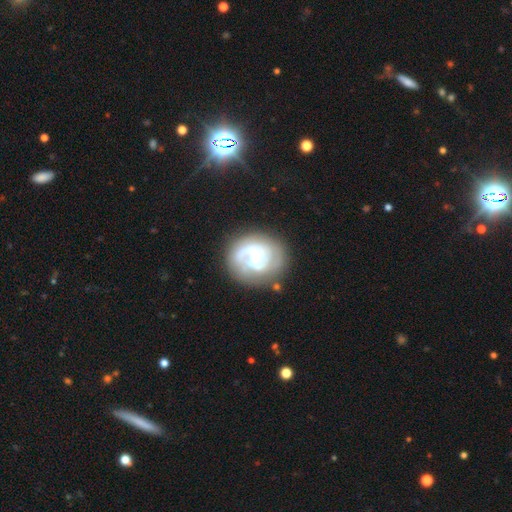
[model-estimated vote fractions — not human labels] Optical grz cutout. It shows a featured or disk galaxy (75%) with no bar (61%), 2 (41%) tight (45%) spiral arms (83%) and a small central bulge (57%). Merging: none (62%).